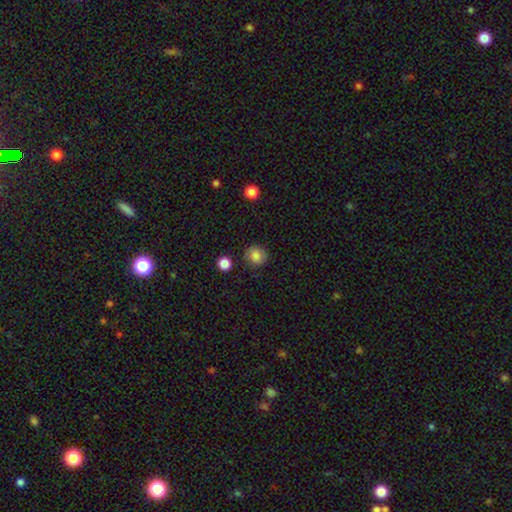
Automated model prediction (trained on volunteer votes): Overall: smooth (84%). How rounded: round (84%). Merging: none (84%).